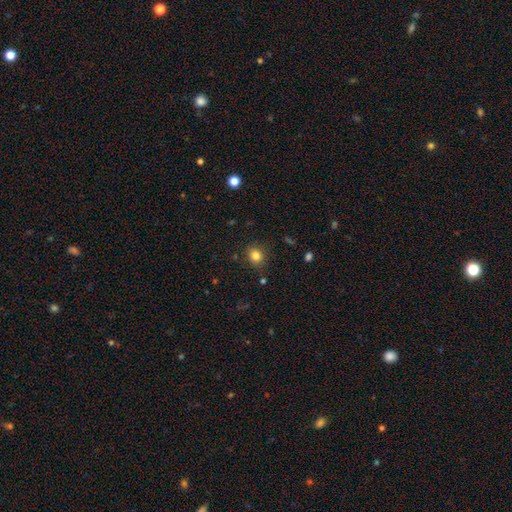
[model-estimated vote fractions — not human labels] Morphology: type=smooth (82%); roundness=round (77%); merging=none (86%).